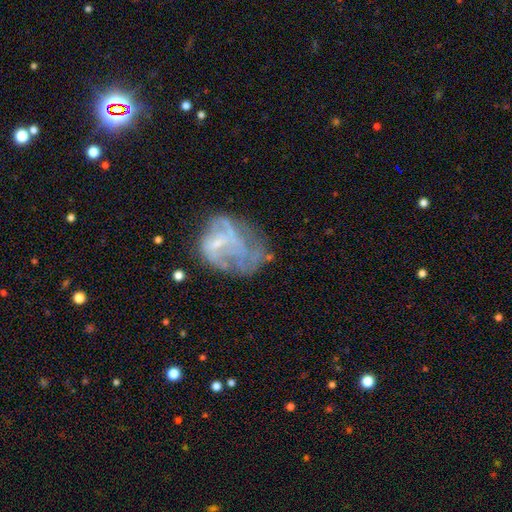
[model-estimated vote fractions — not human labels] smooth_or_featured: featured or disk (p=0.60) [alt: smooth p=0.27]
disk_edge_on: no (p=0.98) [alt: yes p=0.02]
bar: no (p=0.69) [alt: weak p=0.25]
has_spiral_arms: no (p=0.73) [alt: yes p=0.27]
bulge_size: none (p=0.49) [alt: small p=0.36]
merging: major disturbance (p=0.43) [alt: none p=0.29]